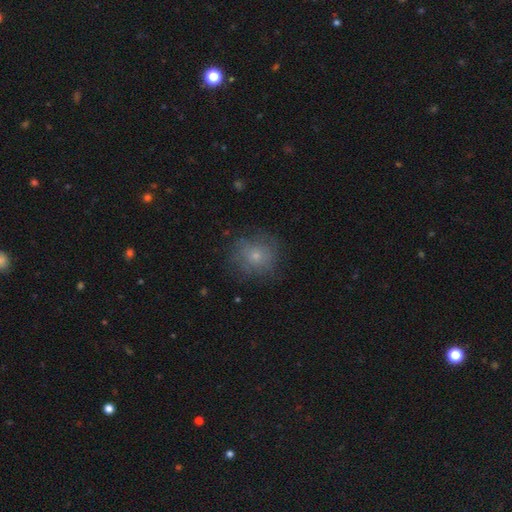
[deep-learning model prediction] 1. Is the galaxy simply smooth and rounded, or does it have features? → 65% smooth, 22% featured or disk, 13% star or artifact.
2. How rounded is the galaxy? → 86% round, 13% in between, 1% cigar-shaped.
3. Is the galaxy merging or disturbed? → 75% none, 16% minor disturbance, 8% major disturbance, 1% merger.